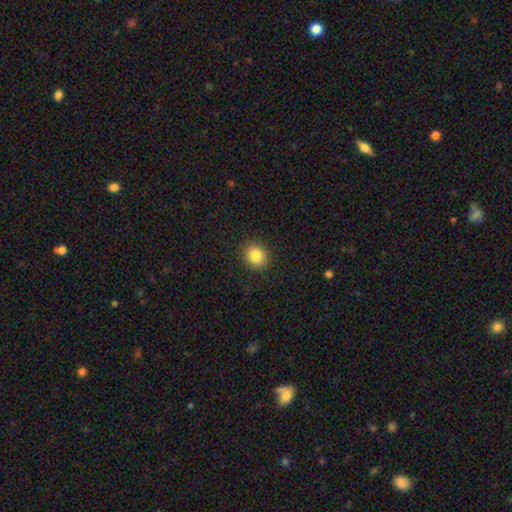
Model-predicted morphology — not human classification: Smooth or featured: smooth — 85% (star or artifact — 10%)
How rounded: round — 78% (in between — 21%)
Merging: none — 91% (minor disturbance — 6%)